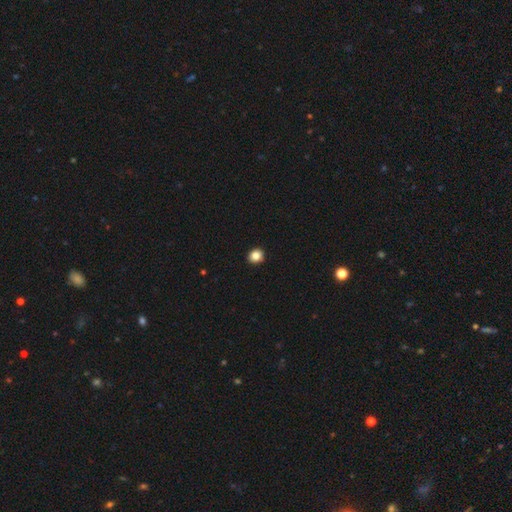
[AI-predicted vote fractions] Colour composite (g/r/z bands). It shows a smooth galaxy with no disk features (85%) that is round (81%). Merging: none (93%).